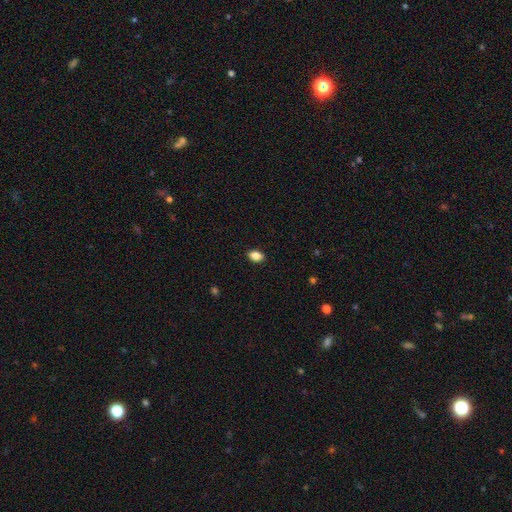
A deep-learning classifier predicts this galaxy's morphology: A smooth galaxy with no disk features (87%) that is in between round and cigar-shaped (82%). Merging: none (90%).